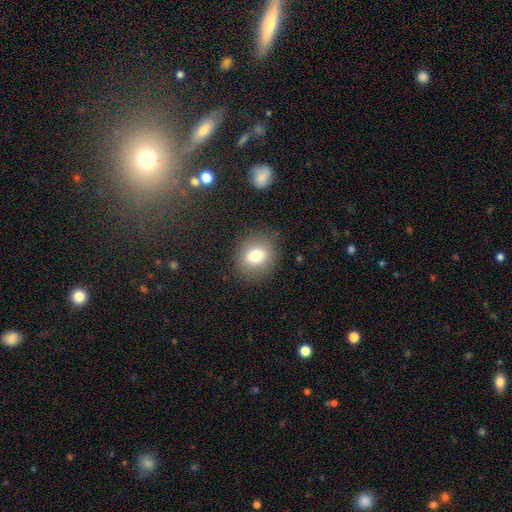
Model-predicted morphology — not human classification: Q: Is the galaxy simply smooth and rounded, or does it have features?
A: smooth — 75%.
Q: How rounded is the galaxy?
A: round — 65%.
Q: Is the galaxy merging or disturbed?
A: none — 85%.